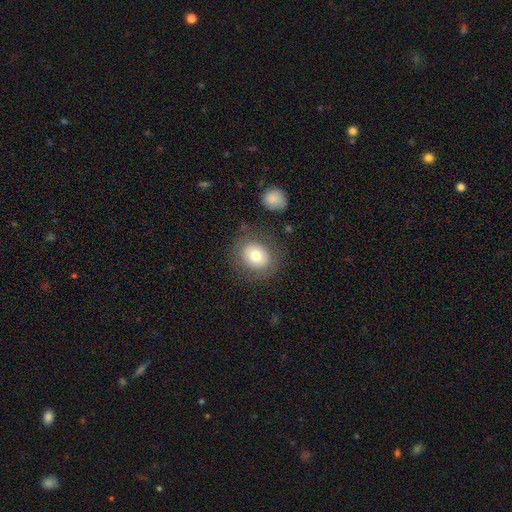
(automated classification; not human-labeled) This appears to be a smooth galaxy with no disk features (75%) that is round (69%). Merging: none (80%).